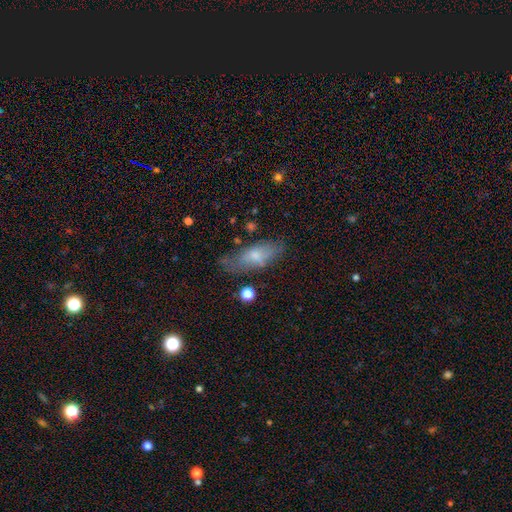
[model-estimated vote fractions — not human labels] Q: Smooth or featured?
A: smooth (63%); runner-up: featured or disk (29%)
Q: How rounded?
A: in between (70%); runner-up: cigar-shaped (27%)
Q: Merging?
A: none (64%); runner-up: minor disturbance (24%)